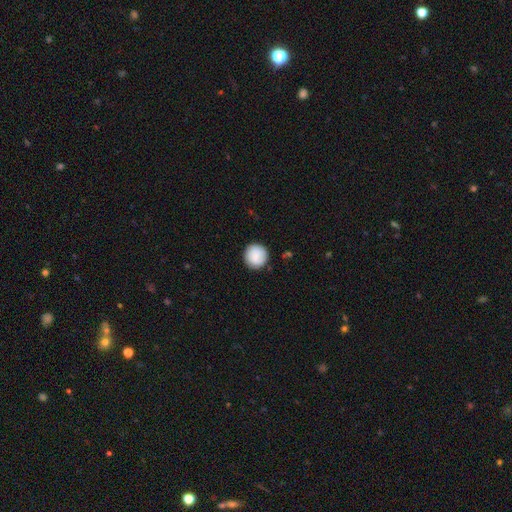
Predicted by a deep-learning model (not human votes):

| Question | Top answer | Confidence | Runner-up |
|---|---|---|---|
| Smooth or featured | smooth | 87% | featured or disk (7%) |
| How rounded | round | 96% | in between (3%) |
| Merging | none | 90% | minor disturbance (7%) |